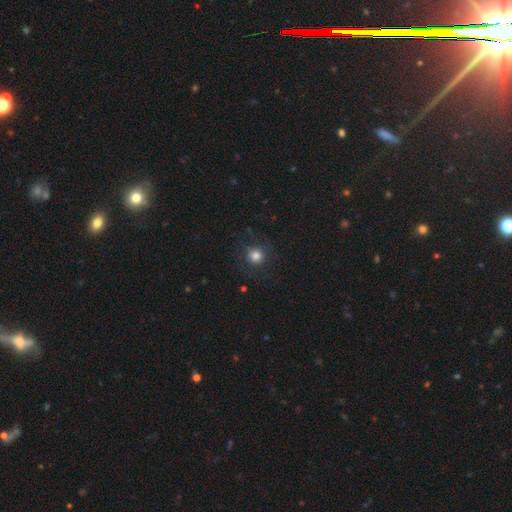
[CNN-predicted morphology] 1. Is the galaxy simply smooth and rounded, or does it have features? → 77% smooth, 13% star or artifact, 10% featured or disk.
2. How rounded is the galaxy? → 93% round, 6% in between, 1% cigar-shaped.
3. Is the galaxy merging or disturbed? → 79% none, 12% minor disturbance, 8% major disturbance, 1% merger.